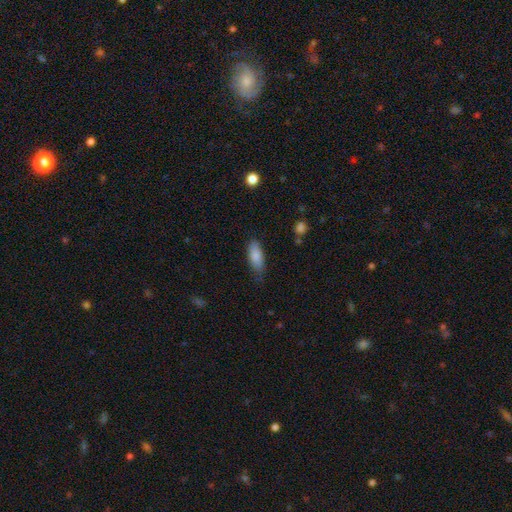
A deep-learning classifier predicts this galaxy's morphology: The model was most divided on "merging": none: 71%, minor disturbance: 23%, major disturbance: 5%, merger: 2%. More confident: smooth or featured — smooth (86%); how rounded — in between (78%).